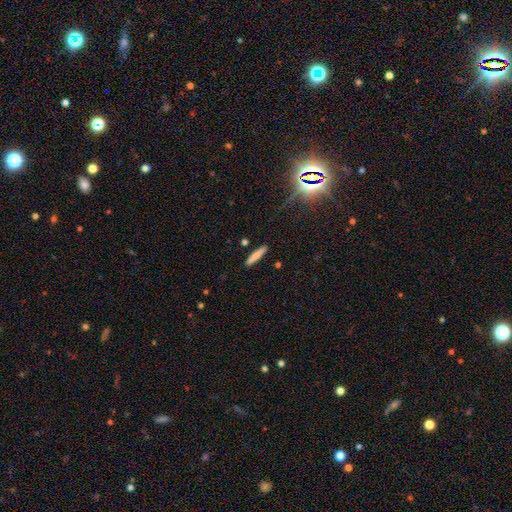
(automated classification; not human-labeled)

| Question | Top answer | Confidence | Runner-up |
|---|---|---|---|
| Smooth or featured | smooth | 74% | featured or disk (19%) |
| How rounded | cigar-shaped | 92% | in between (7%) |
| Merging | none | 90% | minor disturbance (7%) |